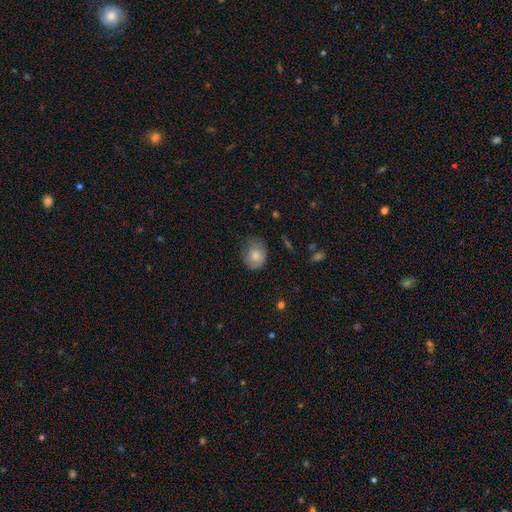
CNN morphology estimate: smooth-or-featured: smooth: 77% | featured or disk: 15% | star or artifact: 8%
  how-rounded: round: 50% | in between: 49% | cigar-shaped: 1%
  merging: none: 61% | minor disturbance: 30% | major disturbance: 8% | merger: 1%